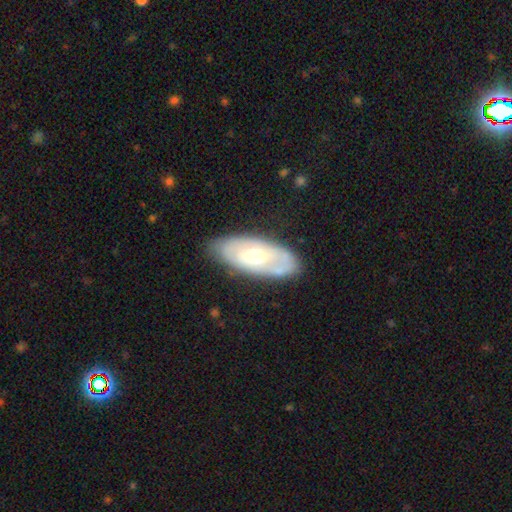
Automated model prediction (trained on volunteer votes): Q: Smooth or featured?
A: featured or disk (62%); runner-up: smooth (33%)
Q: Edge-on disk?
A: no (85%); runner-up: yes (15%)
Q: Bar?
A: no (65%); runner-up: weak (27%)
Q: Spiral arms?
A: no (55%); runner-up: yes (45%)
Q: Bulge size?
A: moderate (72%); runner-up: small (18%)
Q: Merging?
A: none (78%); runner-up: minor disturbance (16%)